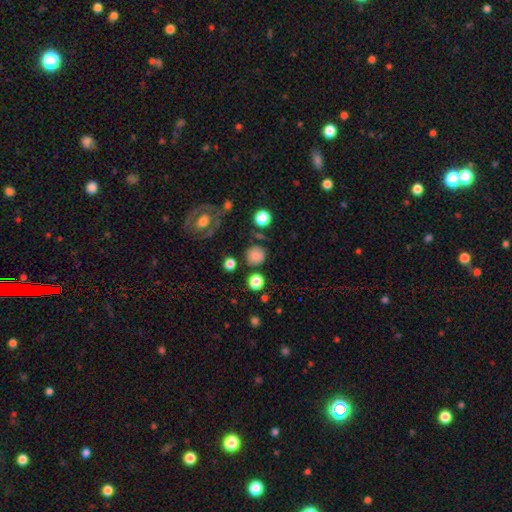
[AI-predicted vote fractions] A smooth galaxy with no disk features (81%) that is round (91%).

Vote fractions:
- Smooth or featured? smooth: 81% / star or artifact: 12% / featured or disk: 7%
- How rounded? round: 91% / in between: 8% / cigar-shaped: 1%
- Merging? none: 78% / minor disturbance: 12% / merger: 5% / major disturbance: 5%